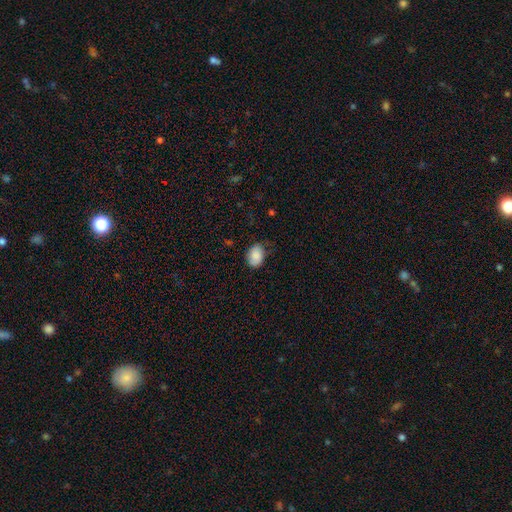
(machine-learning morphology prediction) Smooth or featured? smooth (82%)
How rounded? in between (73%)
Merging? none (63%)